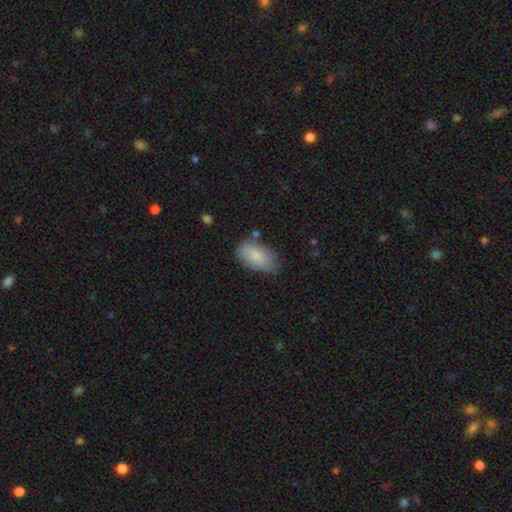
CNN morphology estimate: Q: Smooth or featured?
A: smooth (85%); runner-up: featured or disk (9%)
Q: How rounded?
A: in between (94%); runner-up: round (3%)
Q: Merging?
A: none (68%); runner-up: minor disturbance (24%)